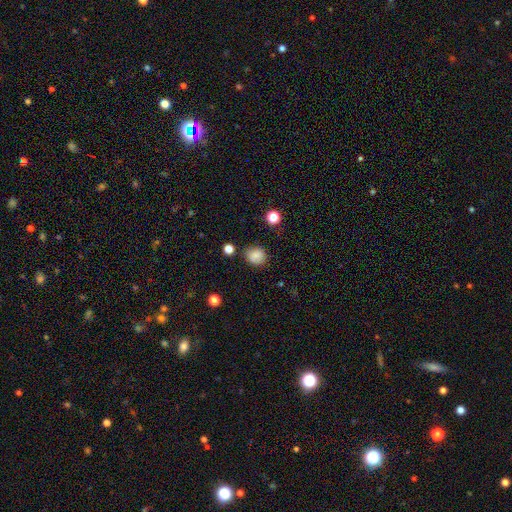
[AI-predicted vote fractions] Q: Smooth or featured?
A: smooth (82%); runner-up: star or artifact (11%)
Q: How rounded?
A: round (79%); runner-up: in between (20%)
Q: Merging?
A: none (81%); runner-up: minor disturbance (13%)